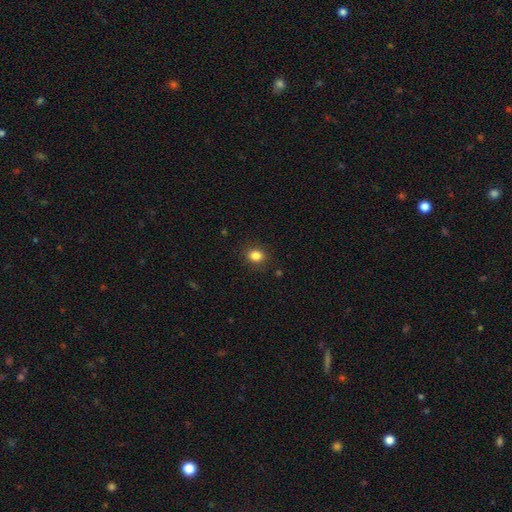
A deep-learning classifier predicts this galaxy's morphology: smooth_or_featured: smooth (p=0.85) [alt: star or artifact p=0.11]
how_rounded: round (p=0.52) [alt: in between p=0.47]
merging: none (p=0.88) [alt: minor disturbance p=0.08]